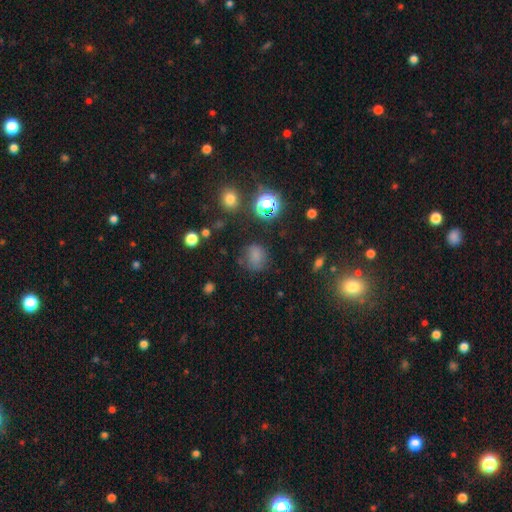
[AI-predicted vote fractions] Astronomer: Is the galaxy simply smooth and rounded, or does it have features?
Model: smooth — 69%.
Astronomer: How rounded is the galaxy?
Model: round — 67%.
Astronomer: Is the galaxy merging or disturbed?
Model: none — 69%.